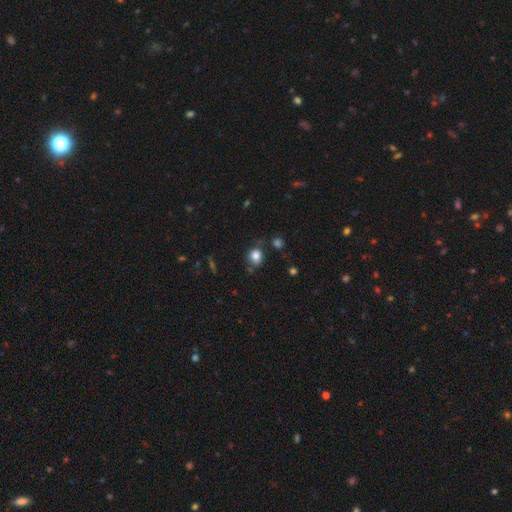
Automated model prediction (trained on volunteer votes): The model was most divided on "how rounded": round: 72%, in between: 27%, cigar-shaped: 1%. More confident: smooth or featured — smooth (82%); merging — none (72%).